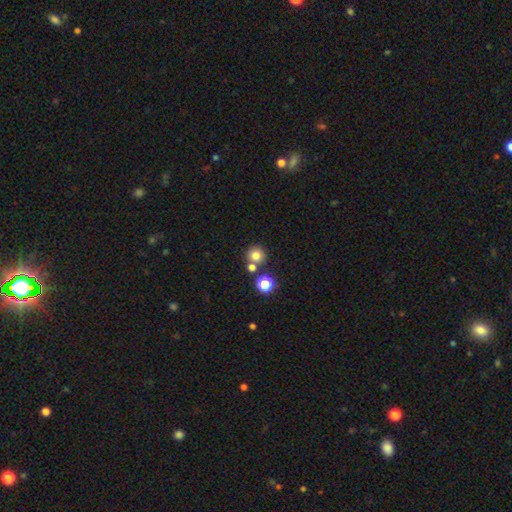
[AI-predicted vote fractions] Q: Smooth or featured?
A: smooth (78%); runner-up: star or artifact (14%)
Q: How rounded?
A: round (92%); runner-up: in between (7%)
Q: Merging?
A: none (68%); runner-up: merger (21%)